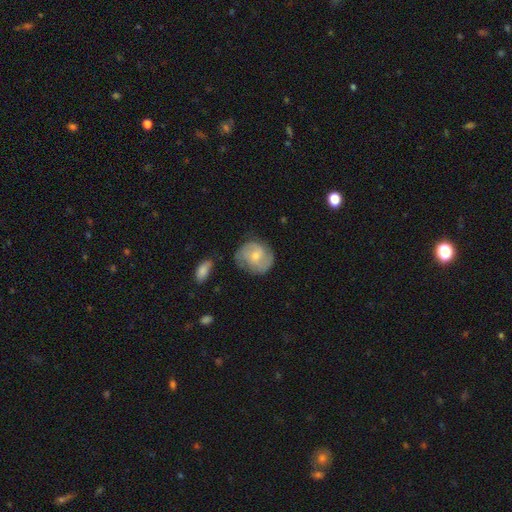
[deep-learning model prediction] A featured or disk galaxy (58%) with no bar (54%), spiral arms (87%) and a small central bulge (53%). Merging: none (68%).